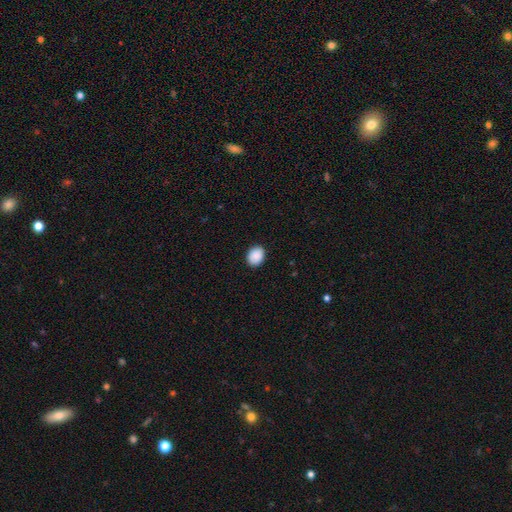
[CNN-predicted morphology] smooth 90%, star or artifact 7%, featured or disk 3%. Down the decision tree: how rounded — in between (59%); merging — none (89%).